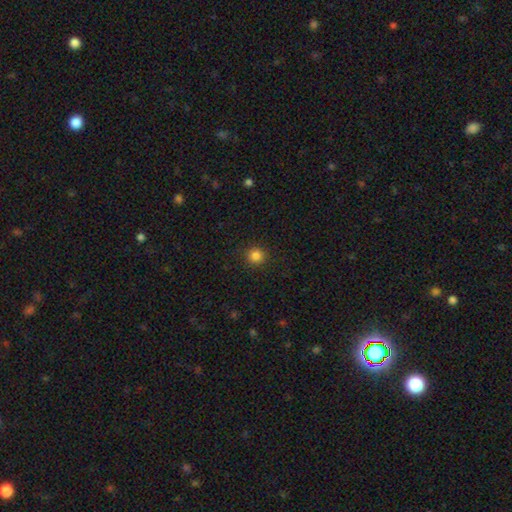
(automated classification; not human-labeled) Smooth or featured?
  - smooth: 84% *
  - star or artifact: 12%
  - featured or disk: 4%
How rounded?
  - round: 93% *
  - in between: 6%
  - cigar-shaped: 1%
Merging?
  - none: 91% *
  - minor disturbance: 6%
  - major disturbance: 2%
  - merger: 1%